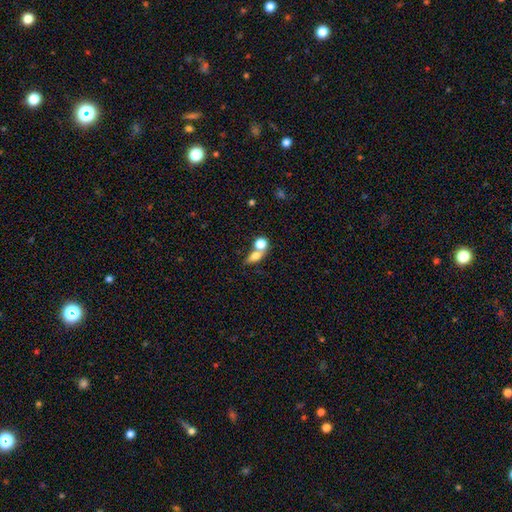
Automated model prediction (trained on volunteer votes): Smooth or featured? smooth (70%)
How rounded? in between (55%)
Merging? merger (52%)